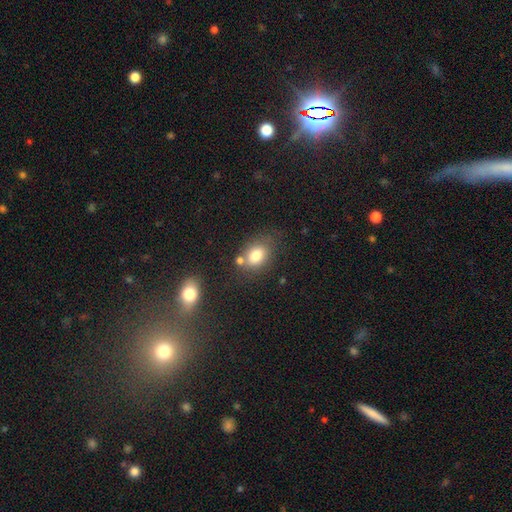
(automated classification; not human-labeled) smooth-or-featured: smooth: 78% | featured or disk: 11% | star or artifact: 11%
  how-rounded: in between: 68% | round: 31% | cigar-shaped: 1%
  merging: none: 61% | minor disturbance: 17% | merger: 16% | major disturbance: 6%